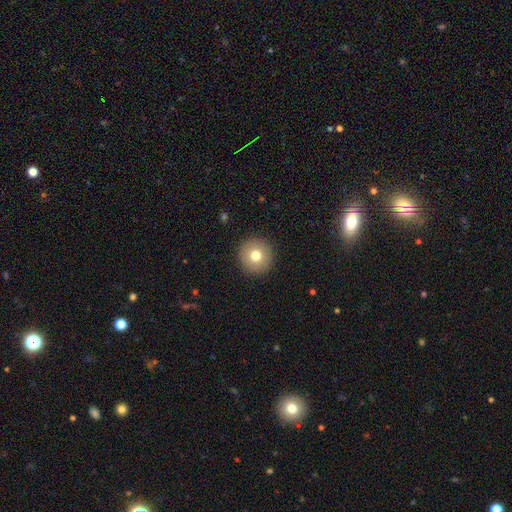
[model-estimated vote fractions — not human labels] Smooth or featured? smooth (75%)
How rounded? round (96%)
Merging? none (92%)